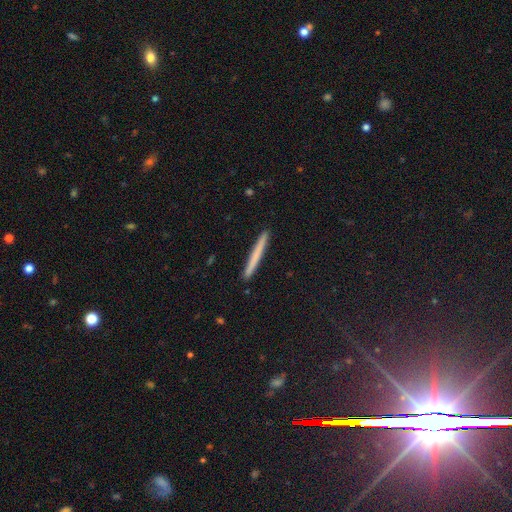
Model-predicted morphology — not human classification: A smooth galaxy with no disk features (65%) that is cigar-shaped (97%).

Vote fractions:
- Smooth or featured? smooth: 65% / featured or disk: 28% / star or artifact: 7%
- How rounded? cigar-shaped: 97% / in between: 2% / round: 1%
- Merging? none: 93% / minor disturbance: 5% / major disturbance: 1% / merger: 1%